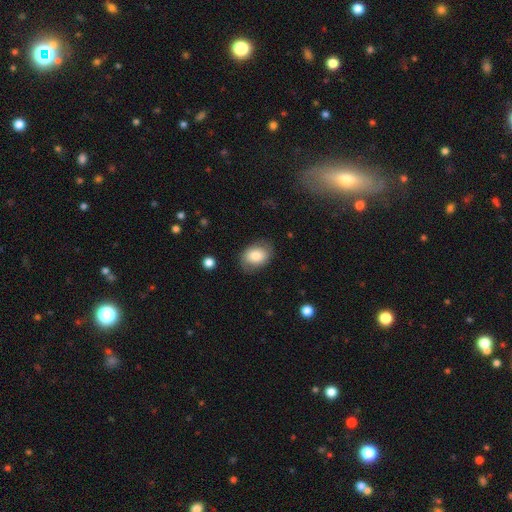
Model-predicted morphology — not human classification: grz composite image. It shows a smooth galaxy with no disk features (76%) that is in between round and cigar-shaped (72%). Merging: none (75%).